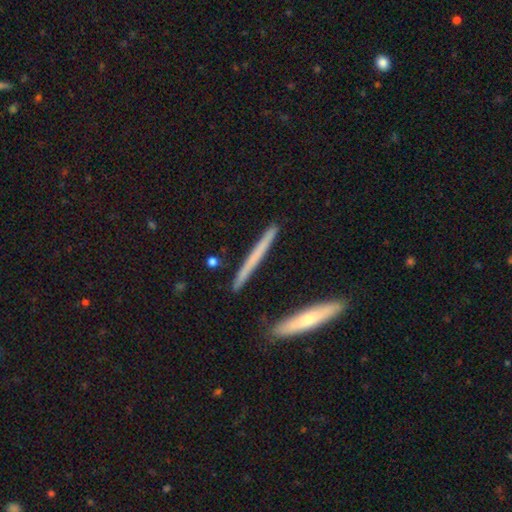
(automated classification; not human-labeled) Smooth or featured: smooth — 50% (featured or disk — 43%)
Merging: none — 88% (minor disturbance — 8%)